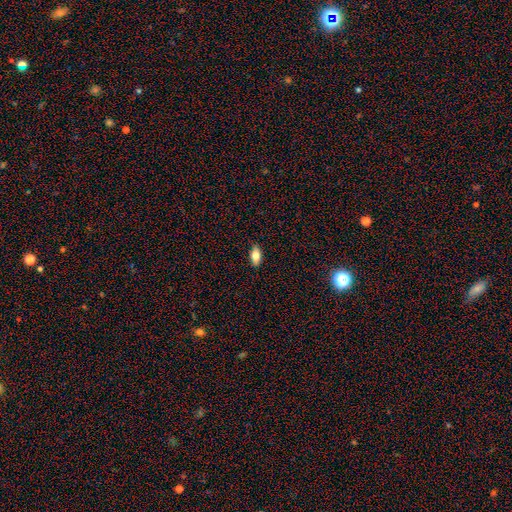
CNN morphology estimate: The model was most divided on "smooth or featured": smooth: 75%, featured or disk: 17%, star or artifact: 8%. More confident: merging — none (88%); how rounded — in between (88%).